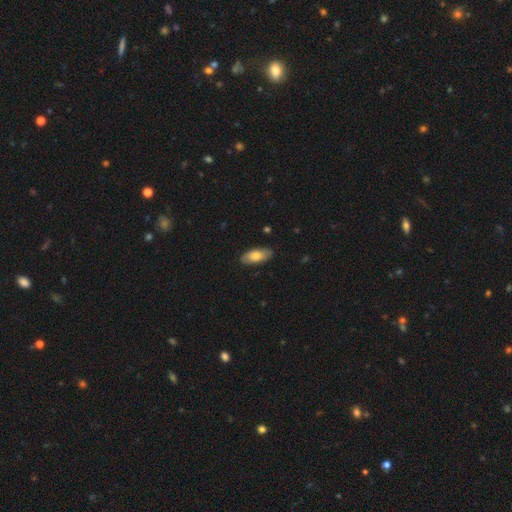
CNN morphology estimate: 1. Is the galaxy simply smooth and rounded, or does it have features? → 77% smooth, 17% featured or disk, 6% star or artifact.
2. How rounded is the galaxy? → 87% in between, 11% cigar-shaped, 2% round.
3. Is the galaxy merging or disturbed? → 86% none, 11% minor disturbance, 2% major disturbance, 1% merger.